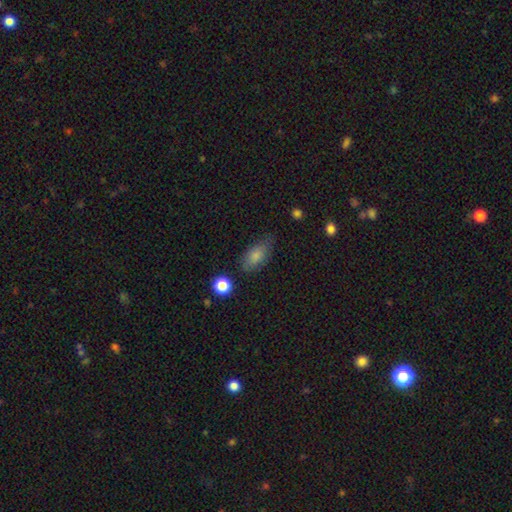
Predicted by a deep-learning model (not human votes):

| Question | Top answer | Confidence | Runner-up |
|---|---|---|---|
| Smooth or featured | smooth | 80% | featured or disk (11%) |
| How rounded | in between | 86% | cigar-shaped (8%) |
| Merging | none | 65% | minor disturbance (26%) |